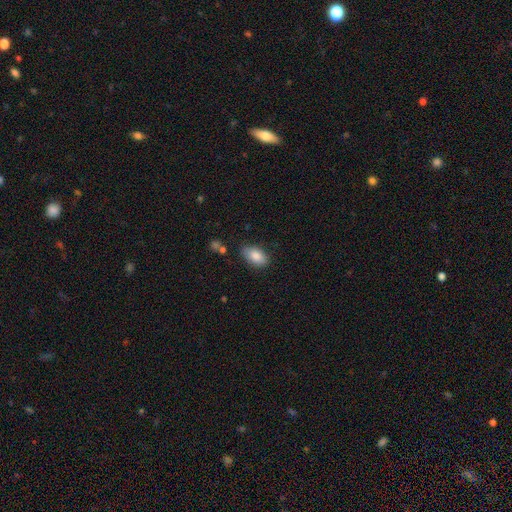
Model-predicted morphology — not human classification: smooth_or_featured: smooth (p=0.85) [alt: featured or disk p=0.08]
how_rounded: in between (p=0.92) [alt: round p=0.05]
merging: none (p=0.80) [alt: minor disturbance p=0.15]